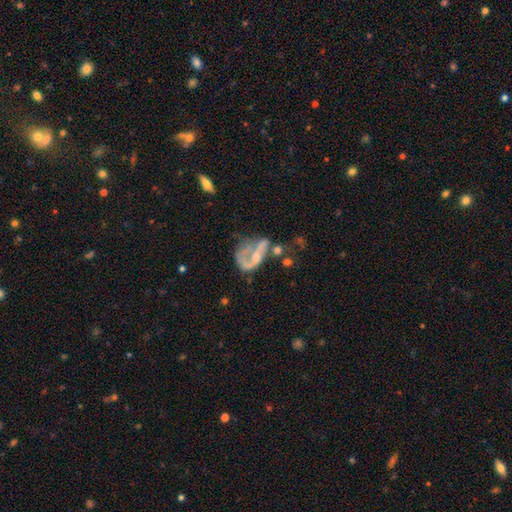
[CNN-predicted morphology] smooth-or-featured: featured or disk: 62% | smooth: 26% | star or artifact: 12%
  disk-edge-on: no: 96% | yes: 4%
    bar: no: 65% | weak: 24% | strong: 11%
    has-spiral-arms: no: 63% | yes: 37%
    bulge-size: small: 34% | none: 32% | moderate: 28% | large: 4% | dominant: 2%
  merging: major disturbance: 44% | none: 21% | merger: 21% | minor disturbance: 14%